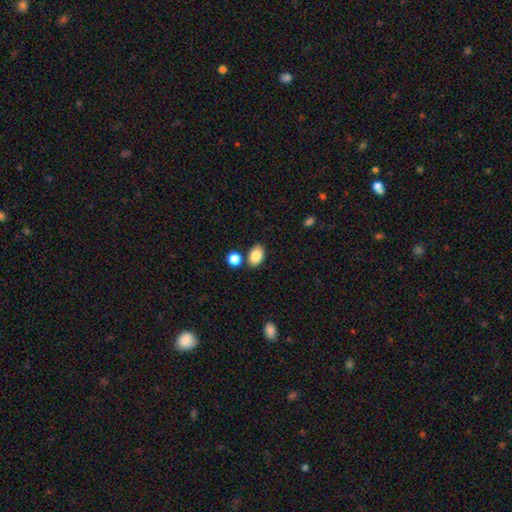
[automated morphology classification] smooth 86%, star or artifact 8%, featured or disk 6%. Down the decision tree: how rounded — in between (85%); merging — none (77%).